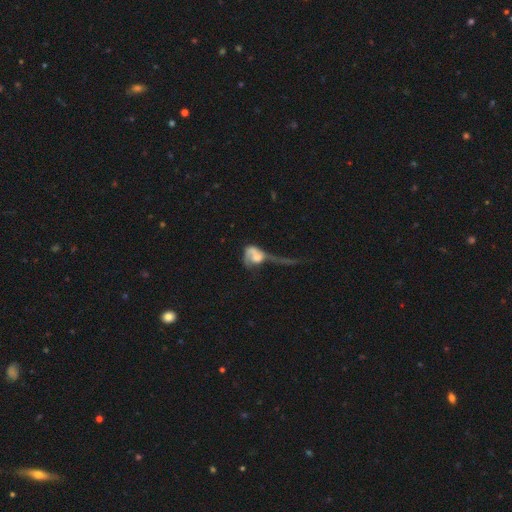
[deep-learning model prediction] The model was most divided on "smooth or featured": featured or disk: 50%, smooth: 40%, star or artifact: 9%. More confident: edge-on disk — no (94%); merging — major disturbance (53%).